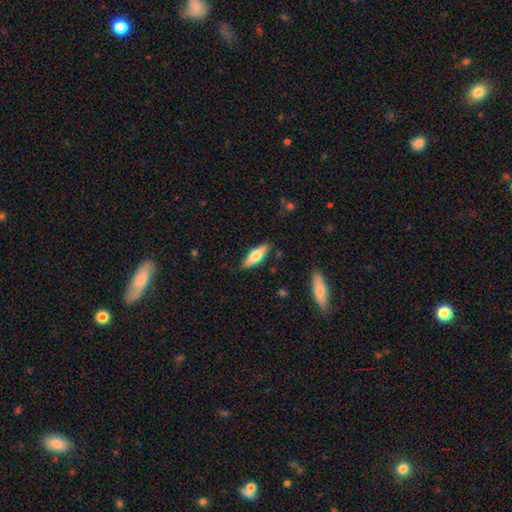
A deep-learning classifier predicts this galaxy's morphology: smooth_or_featured: smooth (p=0.57) [alt: featured or disk p=0.38]
how_rounded: in between (p=0.49) [tied with: cigar-shaped p=0.49]
merging: none (p=0.87) [alt: minor disturbance p=0.10]